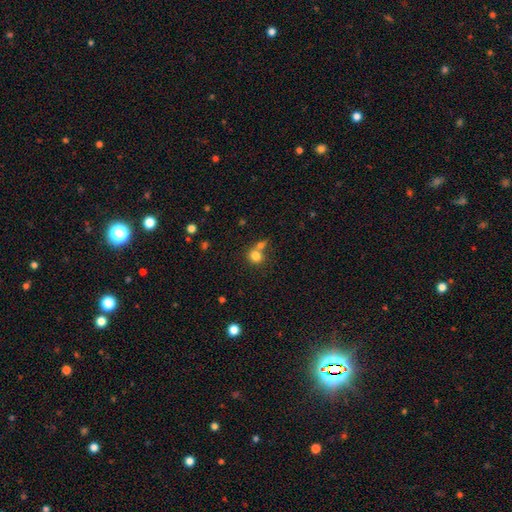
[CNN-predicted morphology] Smooth or featured?
  - smooth: 80% *
  - star or artifact: 12%
  - featured or disk: 8%
How rounded?
  - round: 83% *
  - in between: 16%
  - cigar-shaped: 1%
Merging?
  - none: 49% *
  - merger: 39%
  - minor disturbance: 9%
  - major disturbance: 4%